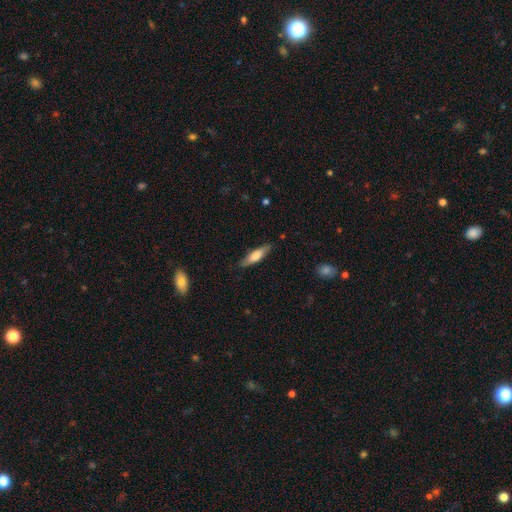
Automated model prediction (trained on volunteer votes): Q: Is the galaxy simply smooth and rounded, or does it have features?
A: smooth — 60%.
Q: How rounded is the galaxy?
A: cigar-shaped — 69%.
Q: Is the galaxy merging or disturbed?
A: none — 84%.